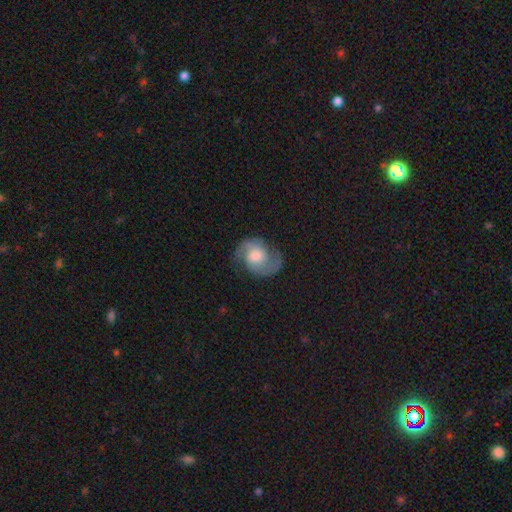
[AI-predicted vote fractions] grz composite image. It shows a featured or disk galaxy (81%) with no bar (57%), 2 (92%) medium (54%) spiral arms (96%) and a moderate central bulge (57%). Merging: none (77%).